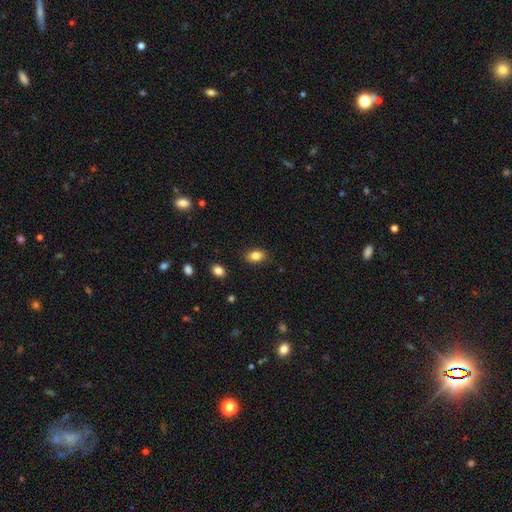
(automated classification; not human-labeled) A smooth galaxy with no disk features (84%) that is in between round and cigar-shaped (84%).

Vote fractions:
- Smooth or featured? smooth: 84% / star or artifact: 9% / featured or disk: 7%
- How rounded? in between: 84% / round: 15% / cigar-shaped: 2%
- Merging? none: 87% / minor disturbance: 10% / major disturbance: 2% / merger: 1%